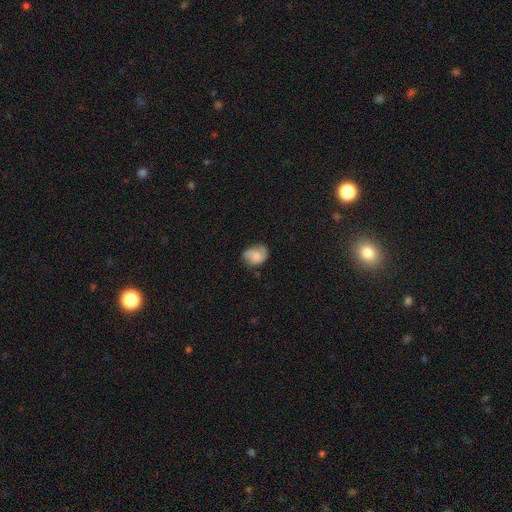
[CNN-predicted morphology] Smooth or featured? smooth (66%)
How rounded? in between (51%)
Merging? none (59%)